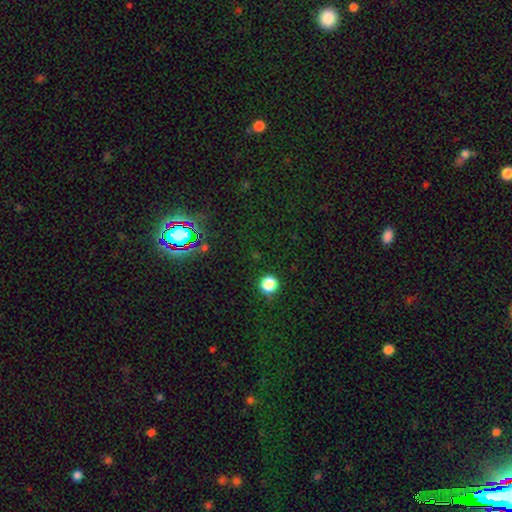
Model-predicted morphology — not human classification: star or artifact 52%, smooth 41%, featured or disk 7%.